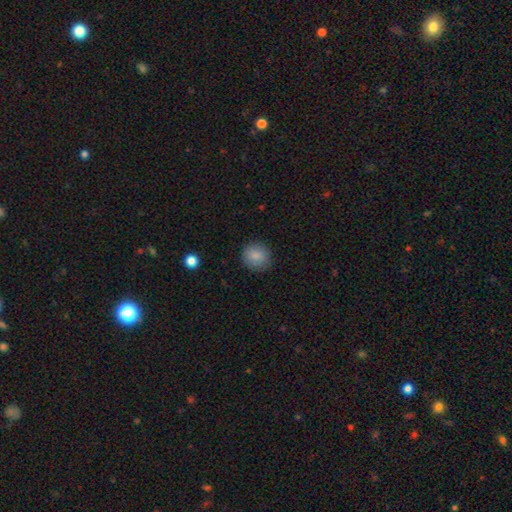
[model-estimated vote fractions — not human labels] The model was most divided on "how rounded": round: 82%, in between: 17%, cigar-shaped: 1%. More confident: merging — none (87%); smooth or featured — smooth (86%).